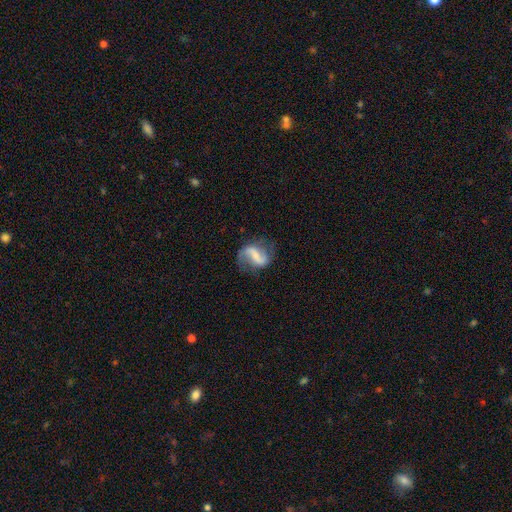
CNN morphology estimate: Smooth or featured? featured or disk (79%)
Edge-on disk? no (97%)
Bar? strong (46%)
Spiral arms? yes (92%)
Spiral winding? loose (60%)
Spiral arm count? 2 (88%)
Bulge size? small (39%)
Merging? none (68%)